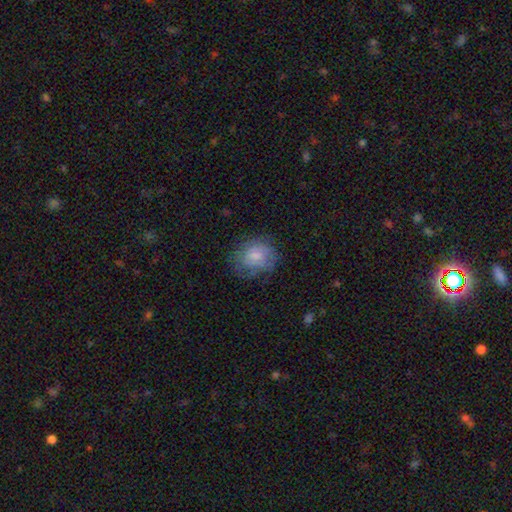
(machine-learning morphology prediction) A smooth galaxy with no disk features (71%) that is round (58%).

Vote fractions:
- Smooth or featured? smooth: 71% / featured or disk: 21% / star or artifact: 8%
- How rounded? round: 58% / in between: 41% / cigar-shaped: 1%
- Merging? none: 63% / minor disturbance: 24% / major disturbance: 12% / merger: 1%